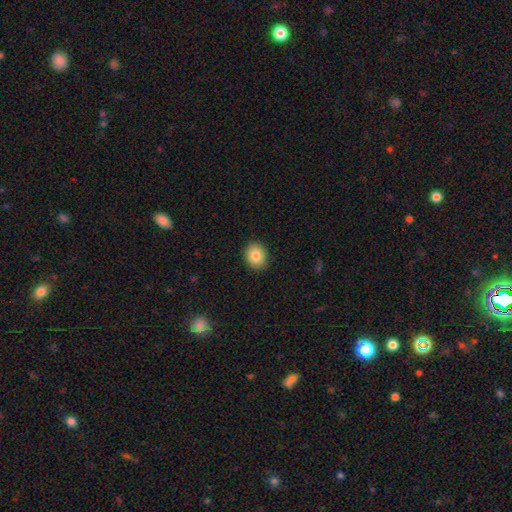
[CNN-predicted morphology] A smooth galaxy with no disk features (83%) that is round (64%). Merging: none (90%).